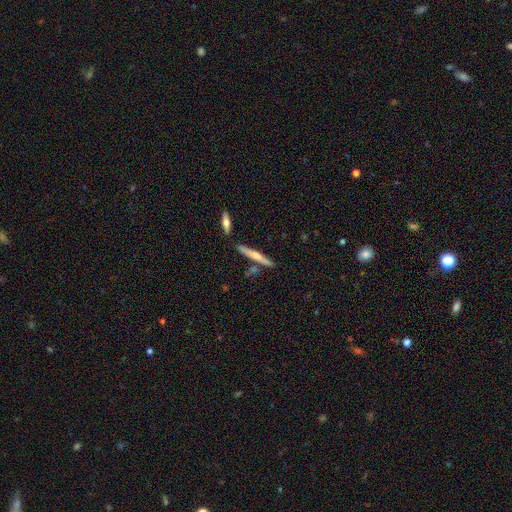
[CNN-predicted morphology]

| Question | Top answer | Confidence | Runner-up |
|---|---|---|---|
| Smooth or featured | smooth | 49% | featured or disk (45%) |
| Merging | none | 79% | minor disturbance (11%) |